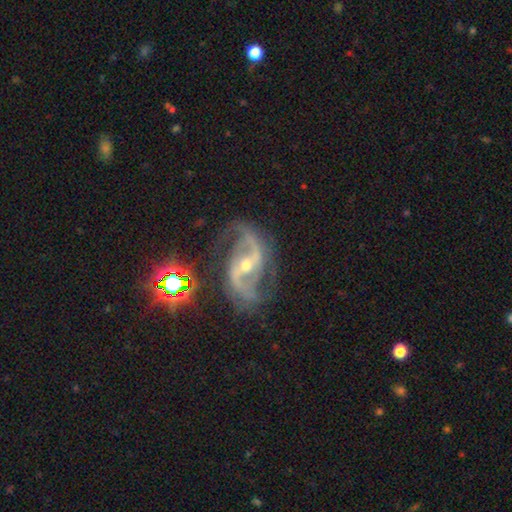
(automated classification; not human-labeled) This is clearly a featured or disk galaxy (90%). It is clearly not viewed edge-on (97%). Bar: possibly strong (49%). Spiral arm pattern: clearly yes (97%). Spiral arm count: clearly 2 (91%). Spiral winding: possibly medium (49%). Central bulge: possibly moderate (52%). Merging: likely none (72%).